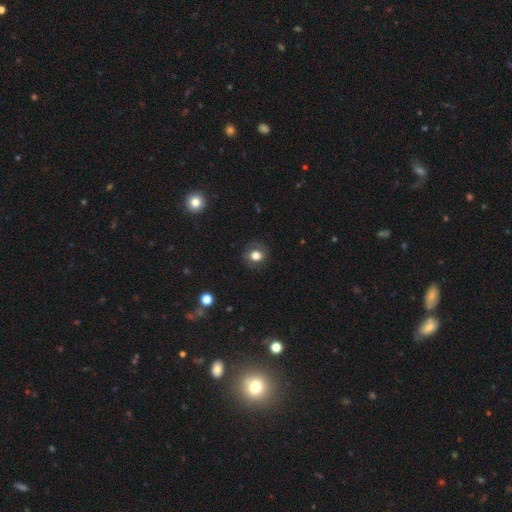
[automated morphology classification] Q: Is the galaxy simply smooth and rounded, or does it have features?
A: smooth — 72%.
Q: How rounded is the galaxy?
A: round — 74%.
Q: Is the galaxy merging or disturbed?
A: none — 83%.